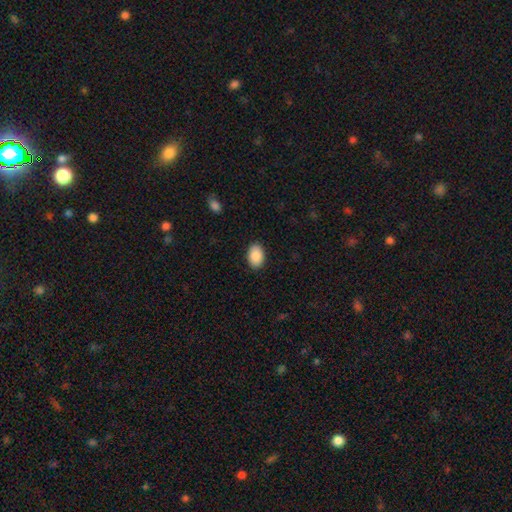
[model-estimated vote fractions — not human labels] Overall: smooth (89%). How rounded: in between (88%). Merging: none (89%).